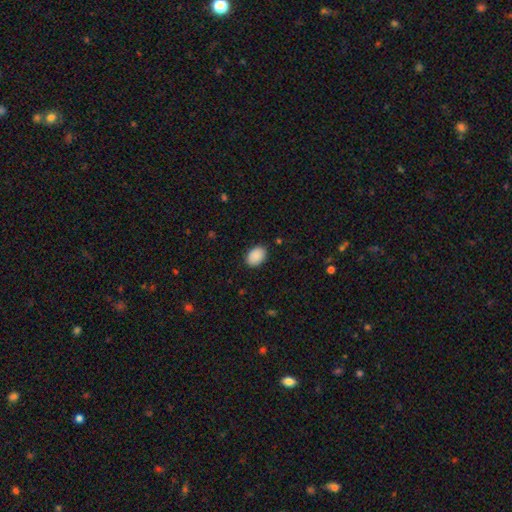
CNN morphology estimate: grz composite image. It shows a smooth galaxy with no disk features (90%) that is in between round and cigar-shaped (81%). Merging: none (87%).